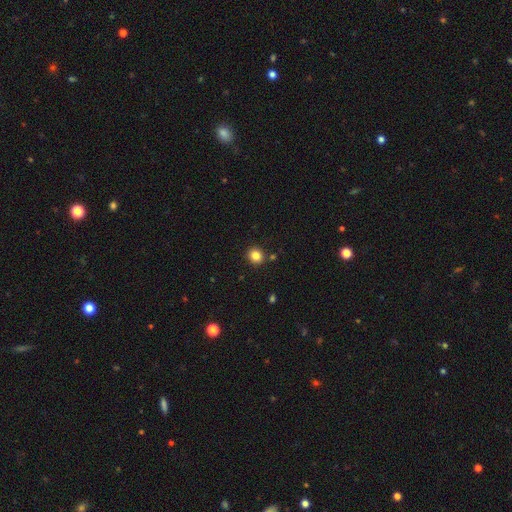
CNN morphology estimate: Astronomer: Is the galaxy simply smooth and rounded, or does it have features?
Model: smooth — 84%.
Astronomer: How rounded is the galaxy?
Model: round — 84%.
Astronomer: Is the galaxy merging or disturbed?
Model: none — 88%.